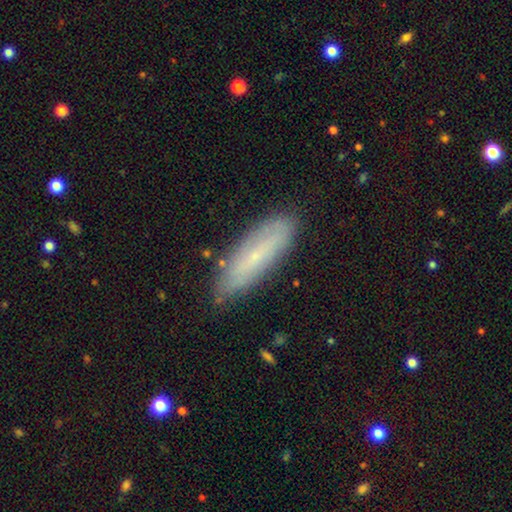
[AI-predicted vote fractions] Smooth or featured?
  - smooth: 49% *
  - featured or disk: 43%
  - star or artifact: 8%
Merging?
  - none: 80% *
  - minor disturbance: 15%
  - major disturbance: 3%
  - merger: 2%